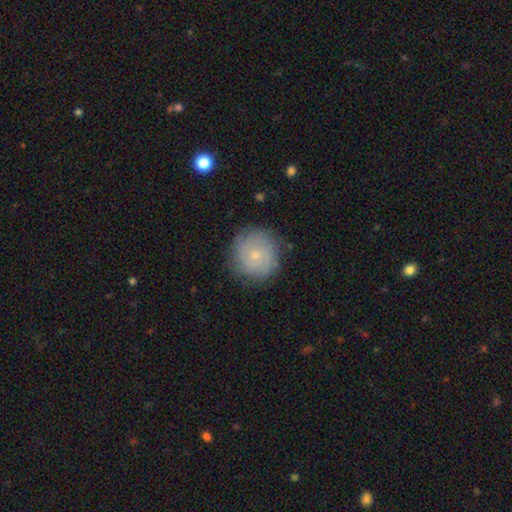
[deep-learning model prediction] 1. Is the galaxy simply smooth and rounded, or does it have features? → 51% featured or disk, 41% smooth, 8% star or artifact.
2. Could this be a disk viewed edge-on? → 98% no, 2% yes.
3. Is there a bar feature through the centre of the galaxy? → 82% no, 16% weak, 2% strong.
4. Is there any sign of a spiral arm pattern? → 80% yes, 20% no.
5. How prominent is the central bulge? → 76% small, 19% moderate, 3% none, 1% large, 1% dominant.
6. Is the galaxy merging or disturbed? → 80% none, 14% minor disturbance, 4% major disturbance, 1% merger.